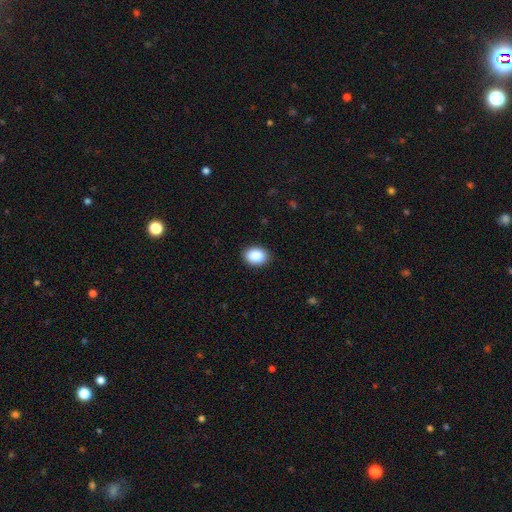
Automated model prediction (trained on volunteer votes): Smooth or featured? Predicted: smooth (p=0.89). How rounded? Predicted: in between (p=0.69). Merging? Predicted: none (p=0.89).